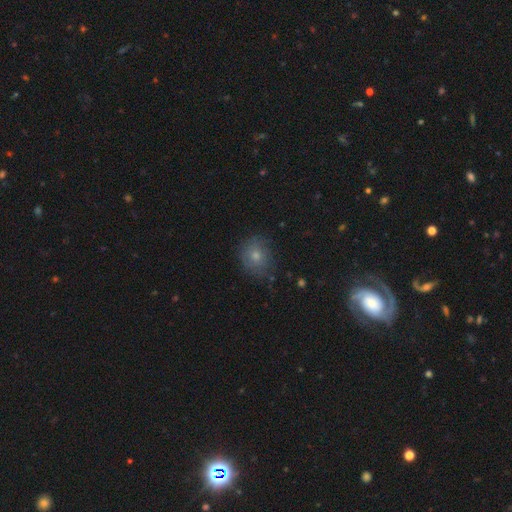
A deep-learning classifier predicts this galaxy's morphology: Smooth or featured? Predicted: smooth (p=0.74). How rounded? Predicted: round (p=0.70). Merging? Predicted: none (p=0.75).